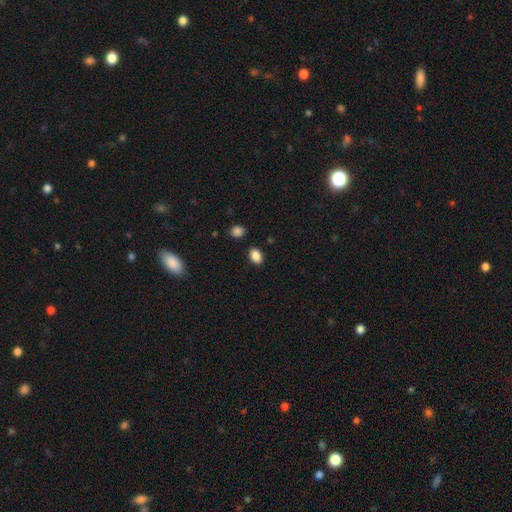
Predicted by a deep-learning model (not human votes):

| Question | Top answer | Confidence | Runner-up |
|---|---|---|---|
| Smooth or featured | smooth | 87% | star or artifact (9%) |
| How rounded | in between | 83% | round (16%) |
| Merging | none | 86% | minor disturbance (9%) |